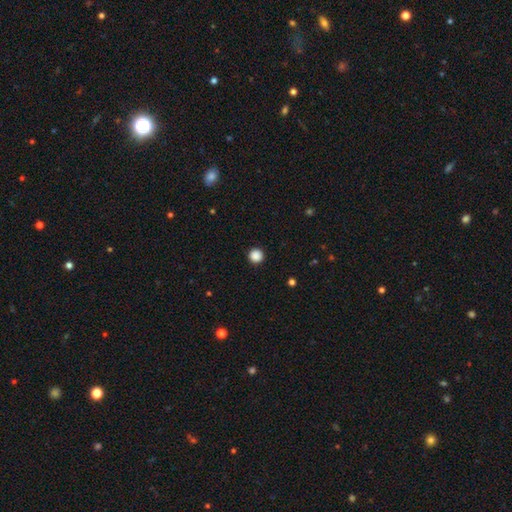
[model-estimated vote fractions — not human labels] The model was most divided on "smooth or featured": smooth: 88%, star or artifact: 10%, featured or disk: 2%. More confident: how rounded — round (96%); merging — none (93%).